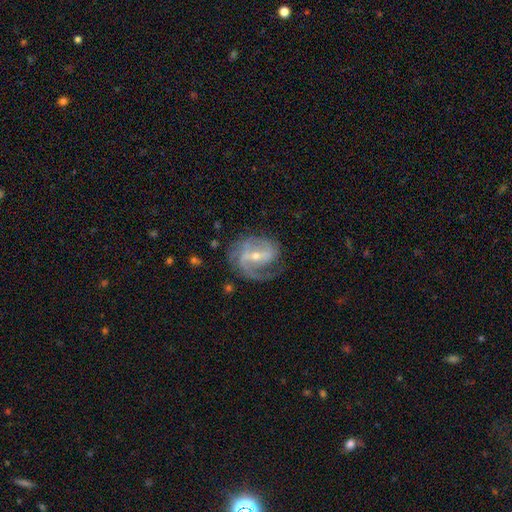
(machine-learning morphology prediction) The model was most divided on "bar": strong: 45%, weak: 39%, no: 15%. Remaining: edge-on disk — no (97%); spiral arms — yes (95%); smooth or featured — featured or disk (88%); merging — none (65%); spiral arm count — 2 (62%); bulge size — small (56%); spiral winding — medium (47%).